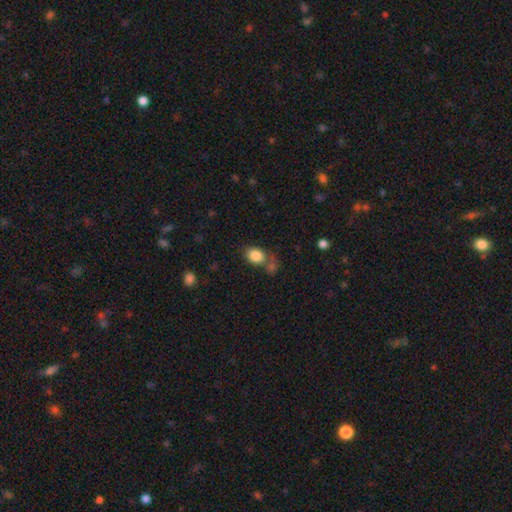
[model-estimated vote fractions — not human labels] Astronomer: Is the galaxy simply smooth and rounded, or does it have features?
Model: smooth — 85%.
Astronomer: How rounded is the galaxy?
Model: in between — 65%.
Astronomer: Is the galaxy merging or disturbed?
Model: none — 56%.